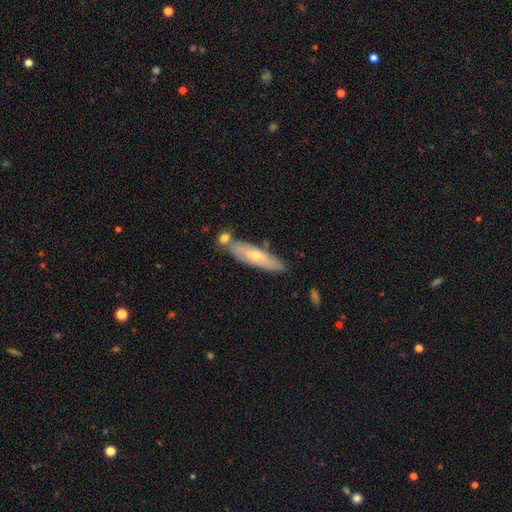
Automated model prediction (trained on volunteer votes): smooth_or_featured: smooth (p=0.49) [alt: featured or disk p=0.45]
merging: none (p=0.71) [alt: minor disturbance p=0.14]